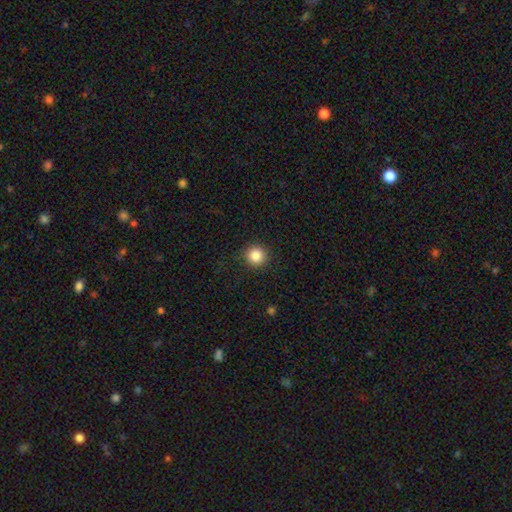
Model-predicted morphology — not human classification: A smooth galaxy with no disk features (86%) that is round (95%). Merging: none (91%).